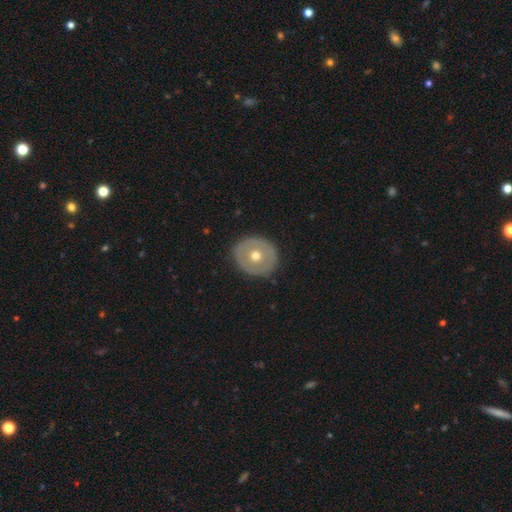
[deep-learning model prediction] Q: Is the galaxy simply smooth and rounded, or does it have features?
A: featured or disk — 49%.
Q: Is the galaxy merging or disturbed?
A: none — 88%.